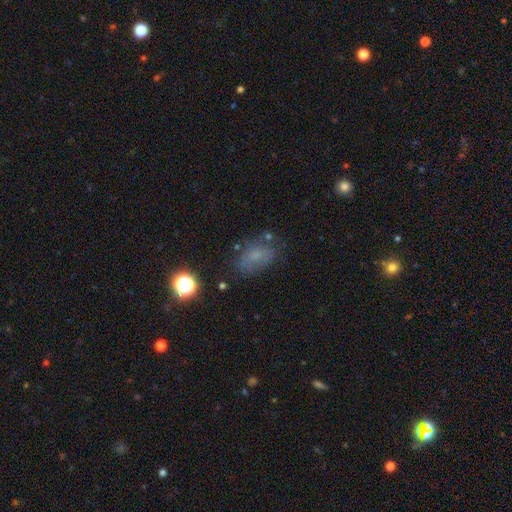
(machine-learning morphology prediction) smooth 59%, star or artifact 21%, featured or disk 19%. Down the decision tree: how rounded — in between (82%); merging — none (62%).